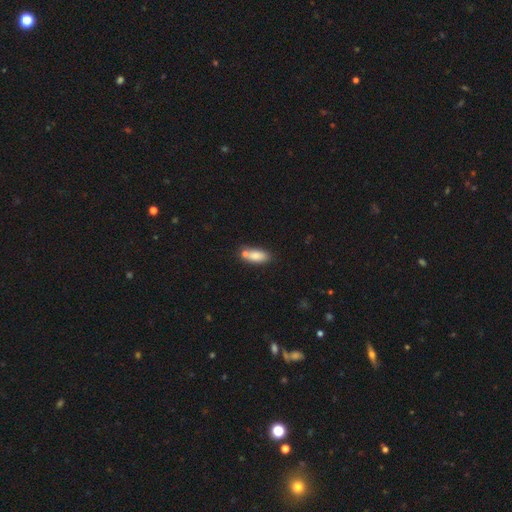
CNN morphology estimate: type=smooth (79%); roundness=in between (80%); merging=none (52%).